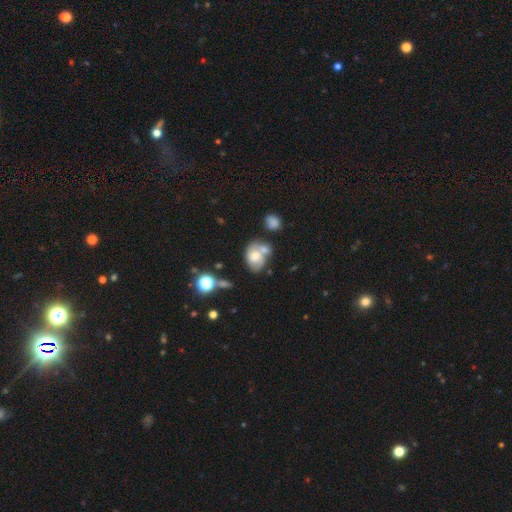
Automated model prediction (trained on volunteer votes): smooth-or-featured: featured or disk: 45% (tied) | smooth: 45% (tied) | star or artifact: 10%
  merging: merger: 42% | none: 31% | minor disturbance: 17% | major disturbance: 10%